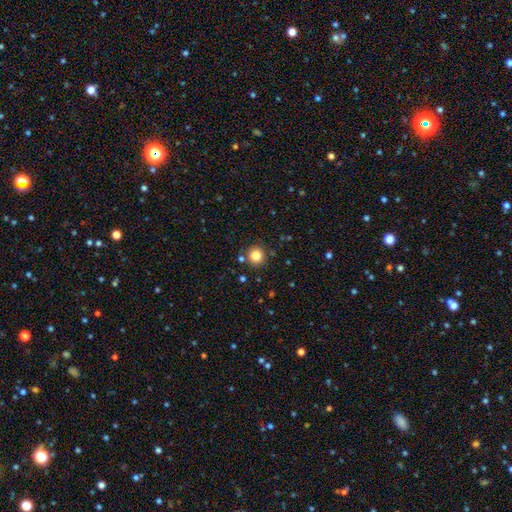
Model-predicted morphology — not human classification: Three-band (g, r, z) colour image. It shows a smooth galaxy with no disk features (82%) that is round (94%). Merging: none (86%).